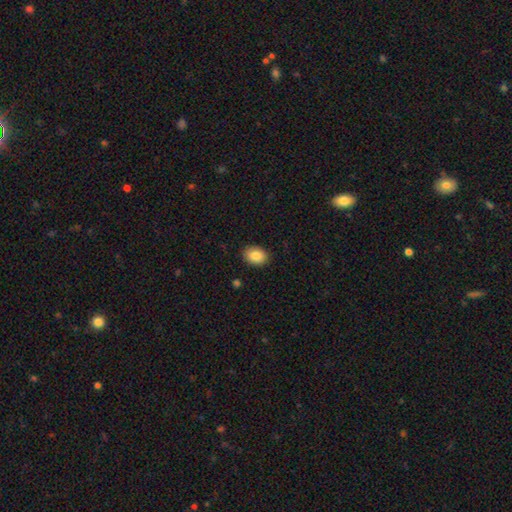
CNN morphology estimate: Smooth or featured: smooth — 86% (star or artifact — 8%)
How rounded: in between — 71% (round — 28%)
Merging: none — 89% (minor disturbance — 8%)